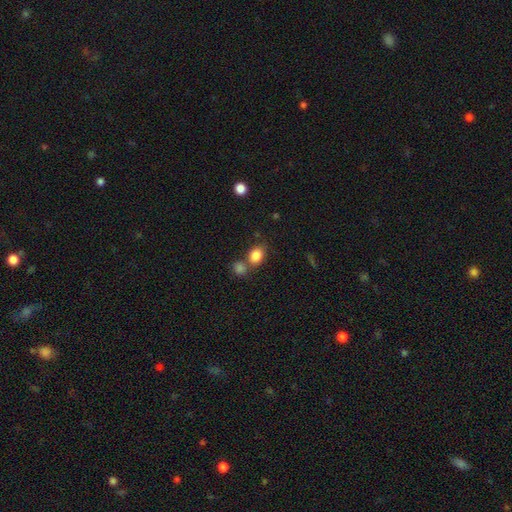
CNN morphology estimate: A smooth galaxy with no disk features (84%) that is in between round and cigar-shaped (58%).

Vote fractions:
- Smooth or featured? smooth: 84% / star or artifact: 10% / featured or disk: 6%
- How rounded? in between: 58% / round: 41% / cigar-shaped: 1%
- Merging? none: 56% / merger: 29% / minor disturbance: 11% / major disturbance: 4%